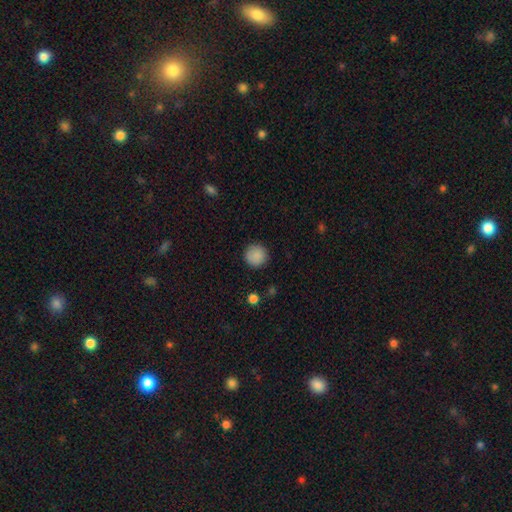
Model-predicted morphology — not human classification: Q: Smooth or featured?
A: smooth (88%); runner-up: star or artifact (8%)
Q: How rounded?
A: round (95%); runner-up: in between (4%)
Q: Merging?
A: none (90%); runner-up: minor disturbance (7%)